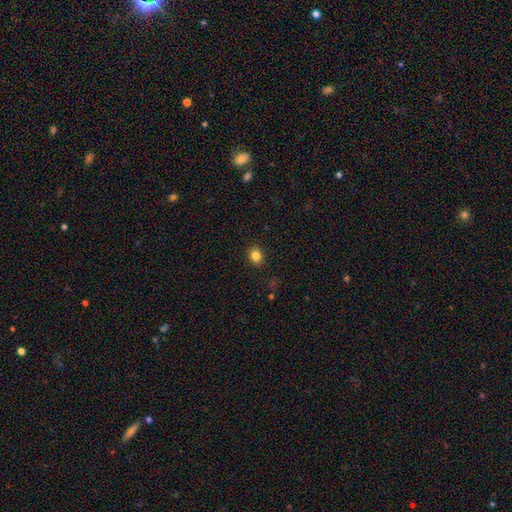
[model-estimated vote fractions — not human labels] Smooth or featured? Predicted: smooth (p=0.83). How rounded? Predicted: round (p=0.58). Merging? Predicted: none (p=0.90).